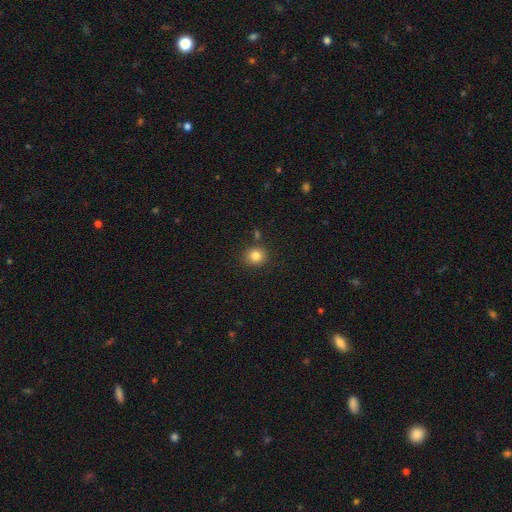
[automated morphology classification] Q: Smooth or featured?
A: smooth (83%); runner-up: star or artifact (11%)
Q: How rounded?
A: round (83%); runner-up: in between (16%)
Q: Merging?
A: none (83%); runner-up: minor disturbance (9%)